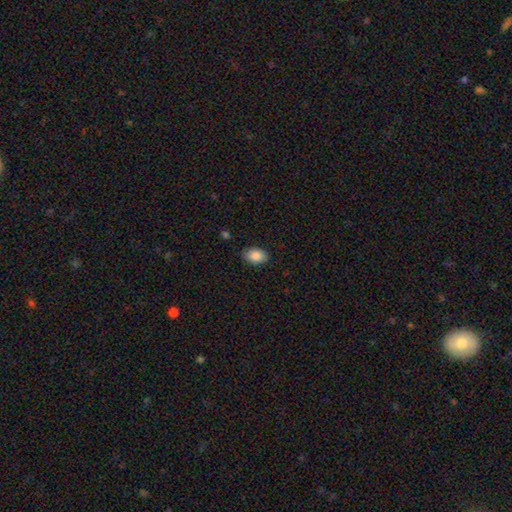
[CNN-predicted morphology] Smooth or featured? smooth (87%)
How rounded? in between (86%)
Merging? none (84%)